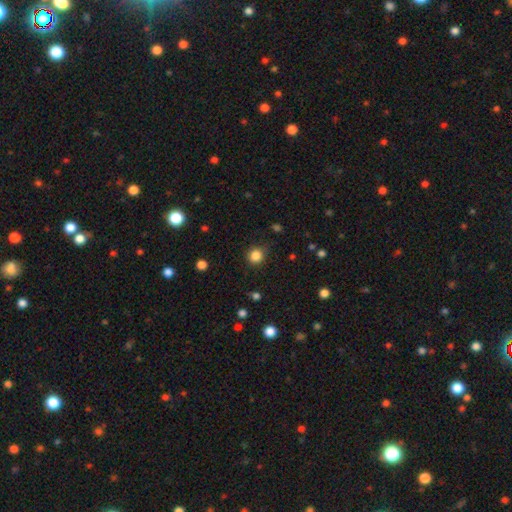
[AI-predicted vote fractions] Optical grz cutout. It shows a smooth galaxy with no disk features (85%) that is round (92%). Merging: none (86%).